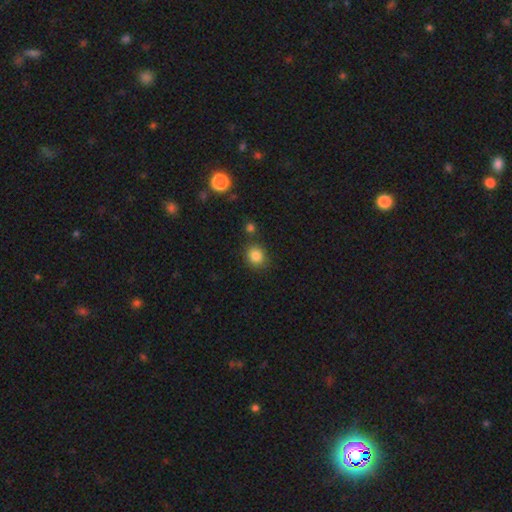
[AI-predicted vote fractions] This appears to be a smooth galaxy with no disk features (85%) that is round (78%). Merging: none (80%).